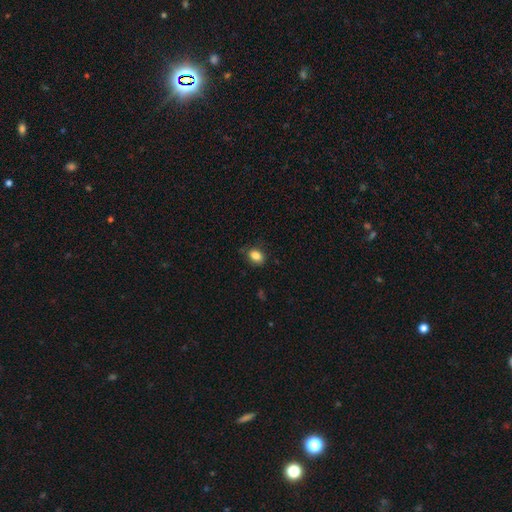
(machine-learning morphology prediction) Q: Smooth or featured?
A: smooth (84%); runner-up: star or artifact (10%)
Q: How rounded?
A: in between (72%); runner-up: round (27%)
Q: Merging?
A: none (77%); runner-up: minor disturbance (18%)